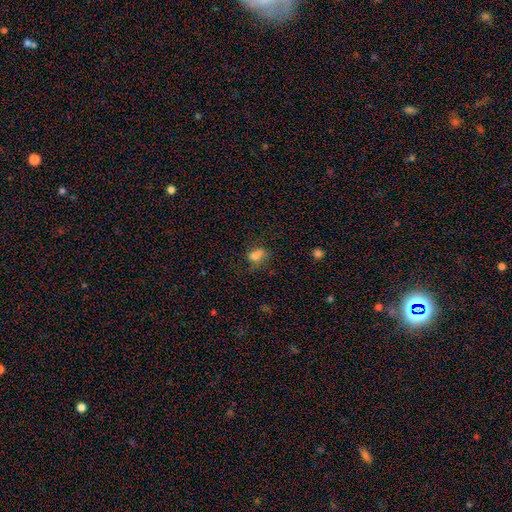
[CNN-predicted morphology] smooth 72%, star or artifact 16%, featured or disk 12%. Down the decision tree: how rounded — in between (59%); merging — none (41%).